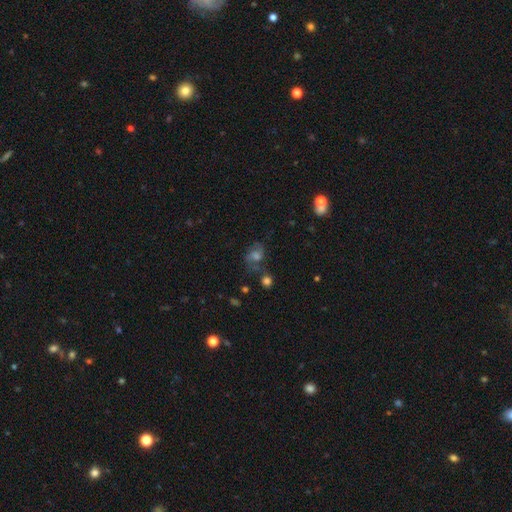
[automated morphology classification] Smooth or featured? featured or disk (50%)
Merging? none (62%)